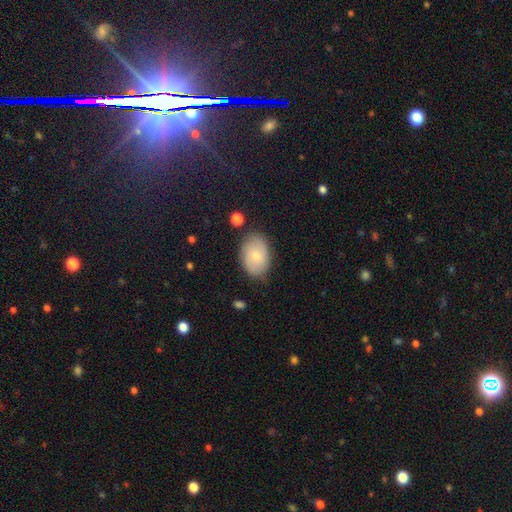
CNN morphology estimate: Smooth or featured? smooth (58%)
How rounded? in between (83%)
Merging? none (75%)